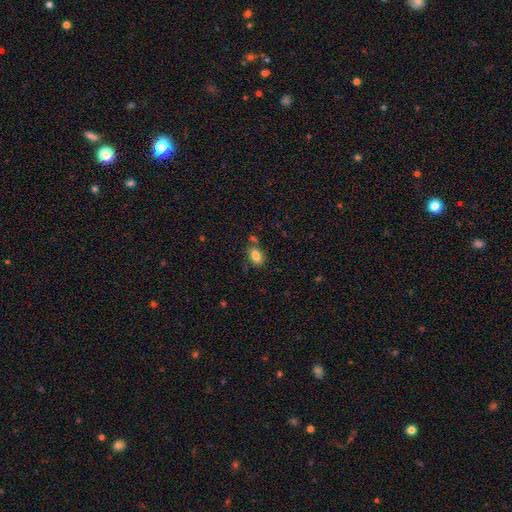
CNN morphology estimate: smooth 84%, star or artifact 9%, featured or disk 7%. Down the decision tree: how rounded — in between (86%); merging — none (67%).